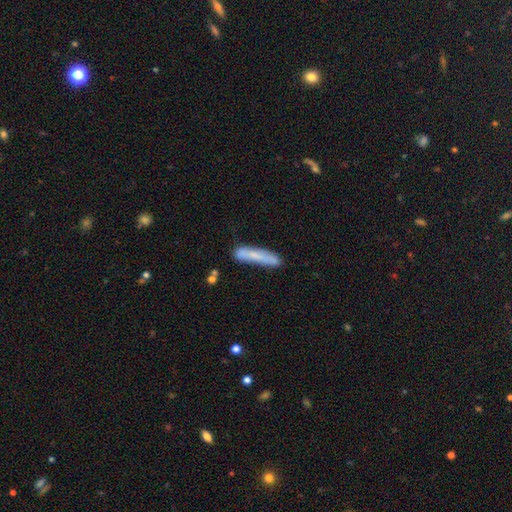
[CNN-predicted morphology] Smooth or featured? Predicted: smooth (p=0.69). How rounded? Predicted: cigar-shaped (p=0.91). Merging? Predicted: none (p=0.72).